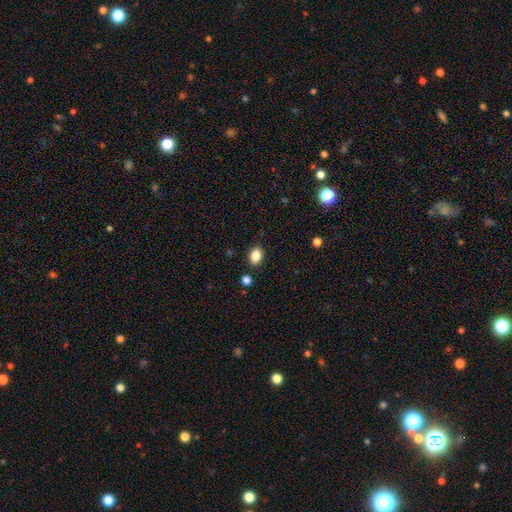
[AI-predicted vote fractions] Smooth or featured: smooth — 86% (star or artifact — 9%)
How rounded: in between — 76% (round — 22%)
Merging: none — 87% (minor disturbance — 8%)